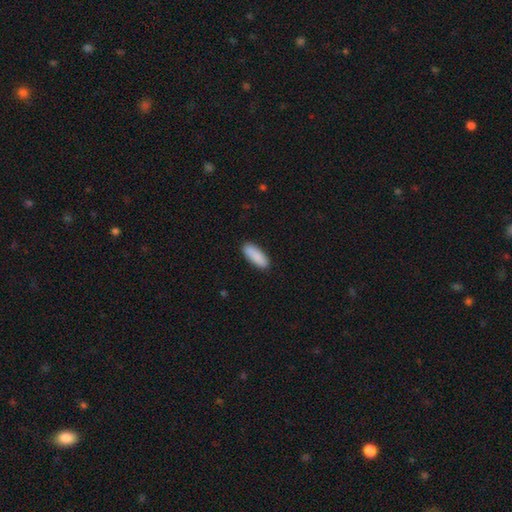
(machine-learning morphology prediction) smooth_or_featured: smooth (p=0.88) [alt: featured or disk p=0.06]
how_rounded: in between (p=0.67) [alt: cigar-shaped p=0.31]
merging: none (p=0.87) [alt: minor disturbance p=0.10]